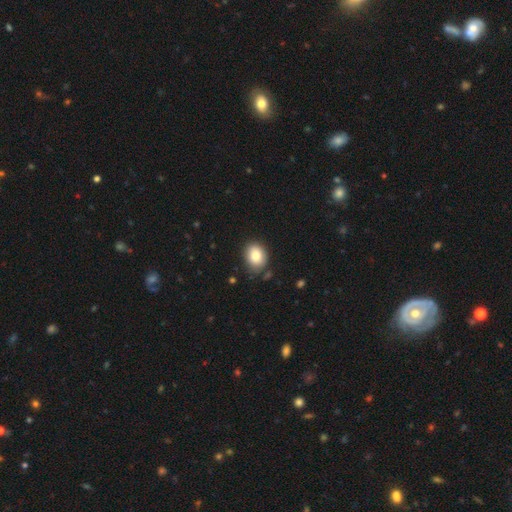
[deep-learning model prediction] Morphology: type=smooth (85%); roundness=in between (57%); merging=none (80%).